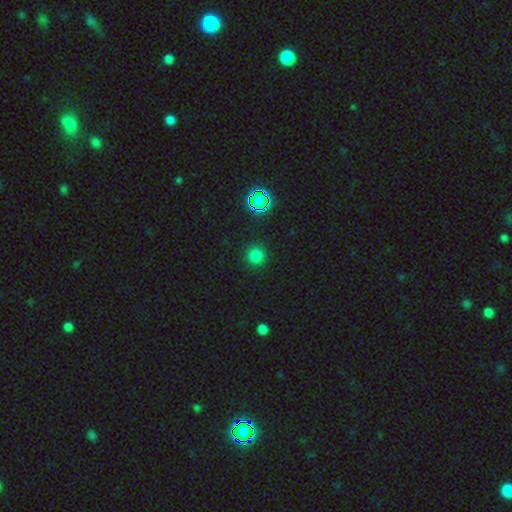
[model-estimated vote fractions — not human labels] smooth 76%, star or artifact 20%, featured or disk 4%. Down the decision tree: how rounded — round (94%); merging — none (90%).